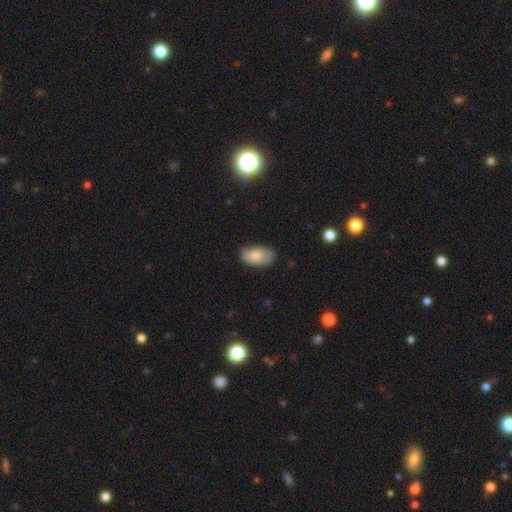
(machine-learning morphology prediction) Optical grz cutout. It shows a smooth galaxy with no disk features (74%) that is in between round and cigar-shaped (94%). Merging: none (66%).